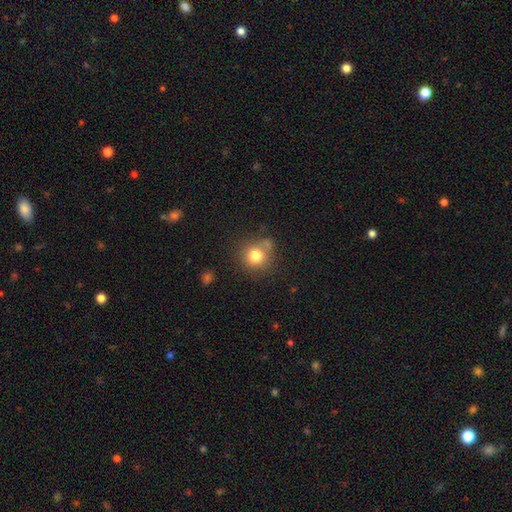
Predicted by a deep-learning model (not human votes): Q: Smooth or featured?
A: smooth (78%); runner-up: star or artifact (12%)
Q: How rounded?
A: round (90%); runner-up: in between (9%)
Q: Merging?
A: none (70%); runner-up: minor disturbance (14%)